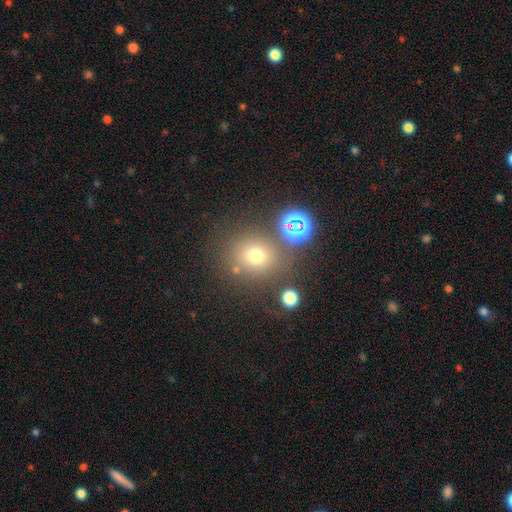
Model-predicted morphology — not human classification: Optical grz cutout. It shows a smooth galaxy with no disk features (67%) that is round (84%). Merging: none (77%).